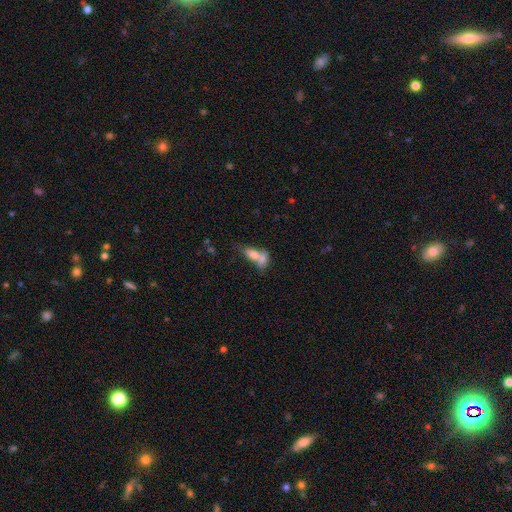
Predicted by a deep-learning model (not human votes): smooth_or_featured: smooth (p=0.74) [alt: featured or disk p=0.17]
how_rounded: in between (p=0.81) [alt: round p=0.11]
merging: merger (p=0.68) [alt: none p=0.18]